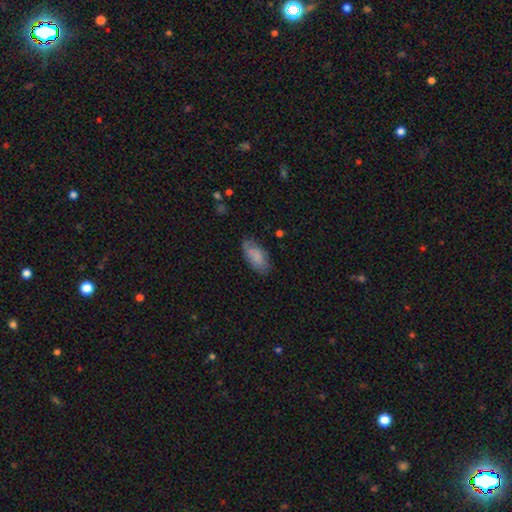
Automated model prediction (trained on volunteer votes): This appears to be a smooth galaxy with no disk features (79%) that is in between round and cigar-shaped (92%). Merging: none (70%).